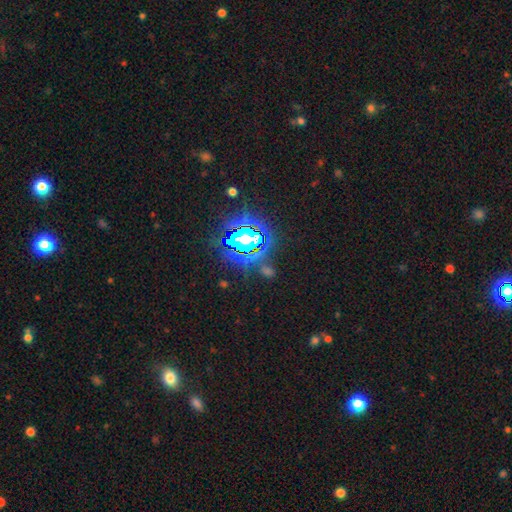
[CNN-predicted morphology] type=star or artifact (82%).